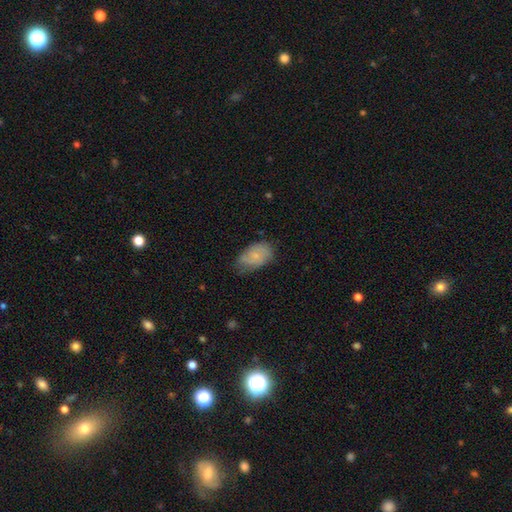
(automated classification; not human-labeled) This is possibly a smooth galaxy (59%). How rounded: clearly in between (89%). Merging: possibly none (56%).